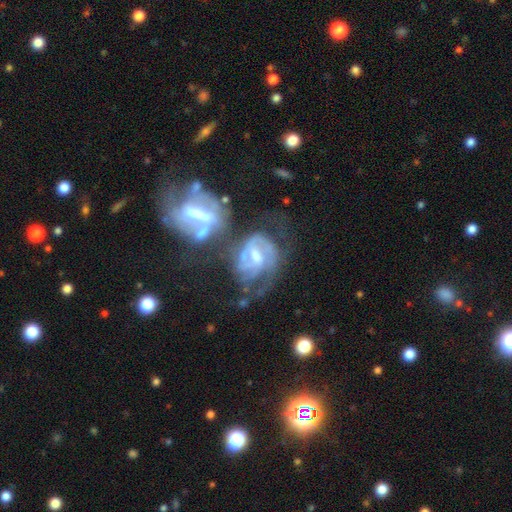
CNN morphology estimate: A featured or disk galaxy (82%) with a weak bar (47%), tight (47%) spiral arms (84%) and a moderate central bulge (63%). Merging: merger (36%).